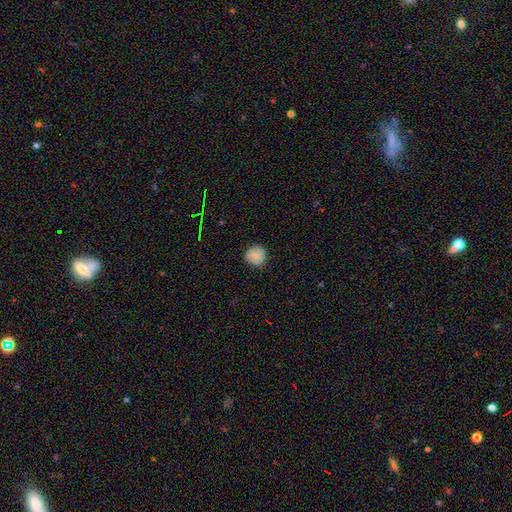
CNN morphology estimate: Smooth or featured?
  - smooth: 70% *
  - featured or disk: 20%
  - star or artifact: 9%
How rounded?
  - round: 93% *
  - in between: 6%
  - cigar-shaped: 1%
Merging?
  - none: 85% *
  - minor disturbance: 11%
  - major disturbance: 2%
  - merger: 1%